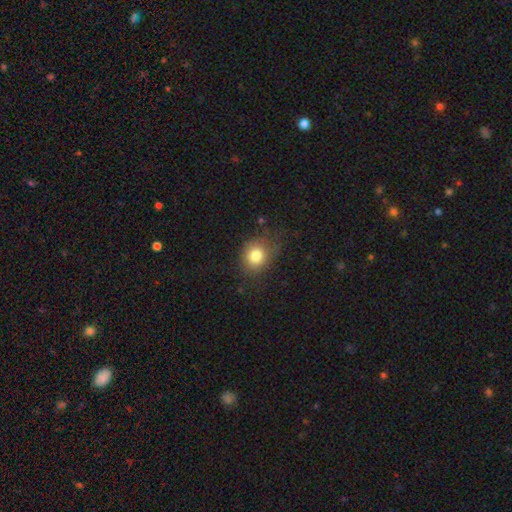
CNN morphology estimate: The model was most divided on "how rounded": round: 72%, in between: 27%, cigar-shaped: 1%. More confident: smooth or featured — smooth (81%); merging — none (70%).